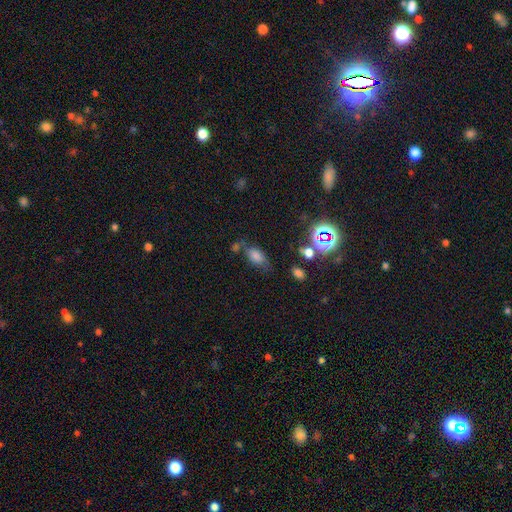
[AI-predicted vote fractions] The model was most divided on "merging": none: 54%, minor disturbance: 22%, merger: 14%, major disturbance: 10%. More confident: how rounded — in between (86%); smooth or featured — smooth (68%).